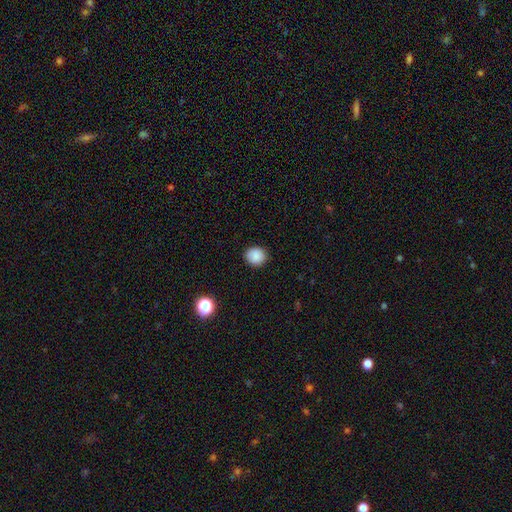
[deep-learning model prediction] Smooth or featured? Predicted: smooth (p=0.87). How rounded? Predicted: round (p=0.80). Merging? Predicted: none (p=0.88).